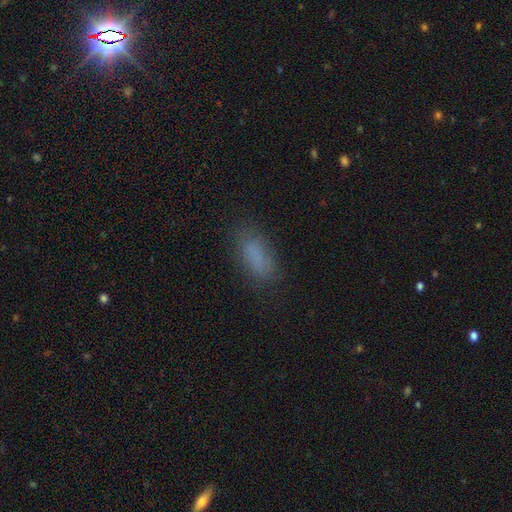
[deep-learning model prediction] Smooth or featured? smooth (82%)
How rounded? in between (82%)
Merging? none (79%)